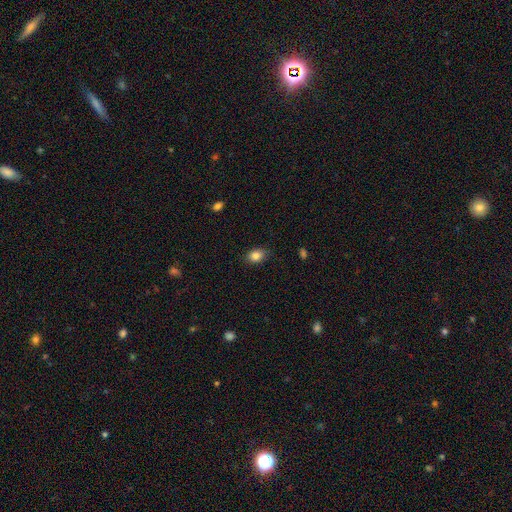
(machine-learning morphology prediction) type=smooth (85%); roundness=in between (73%); merging=none (82%).